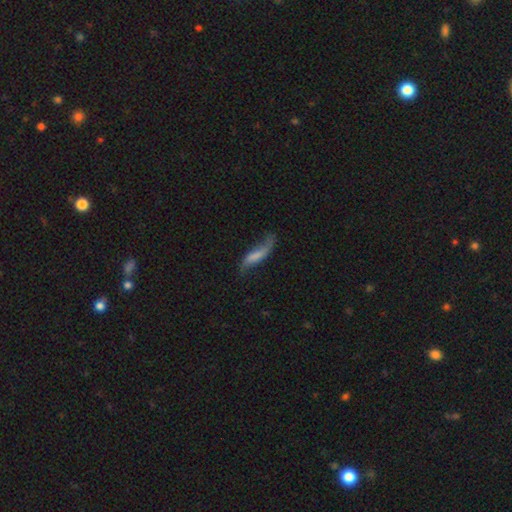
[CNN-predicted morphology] This is possibly a featured or disk galaxy (54%). It is likely not viewed edge-on (78%). Merging: possibly none (50%).